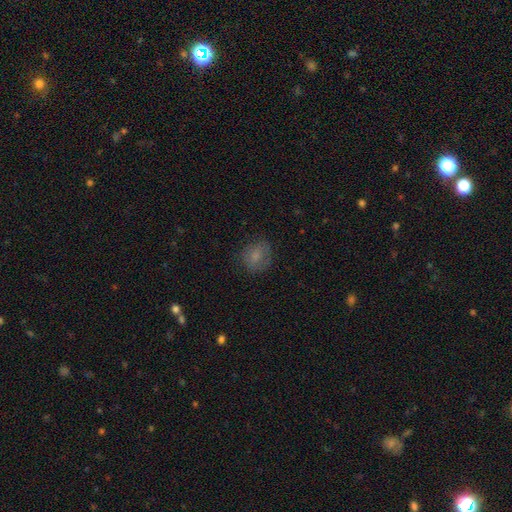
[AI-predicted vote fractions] Overall: smooth (73%). How rounded: round (63%; in between 36%). Merging: none (71%).